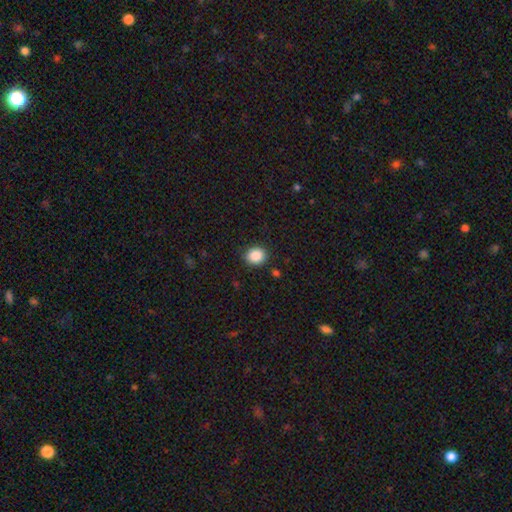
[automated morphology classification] smooth 88%, star or artifact 9%, featured or disk 3%. Down the decision tree: how rounded — round (75%); merging — none (86%).